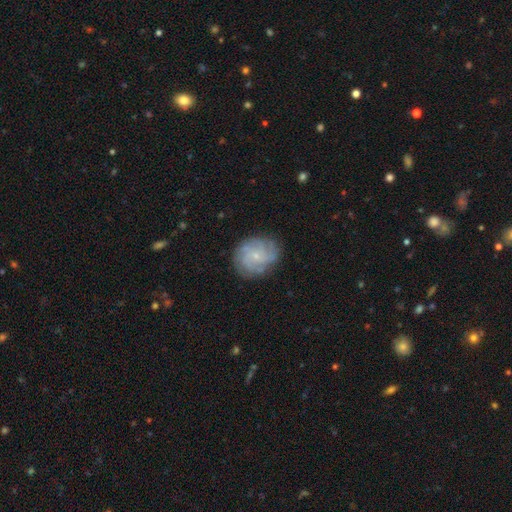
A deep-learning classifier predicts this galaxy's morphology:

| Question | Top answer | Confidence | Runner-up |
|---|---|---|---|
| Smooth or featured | featured or disk | 72% | smooth (21%) |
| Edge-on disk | no | 98% | yes (2%) |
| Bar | no | 79% | weak (19%) |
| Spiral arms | yes | 93% | no (7%) |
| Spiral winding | tight | 59% | medium (31%) |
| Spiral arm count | can't tell | 34% | 4 (23%) |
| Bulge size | small | 80% | moderate (14%) |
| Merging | none | 79% | minor disturbance (15%) |